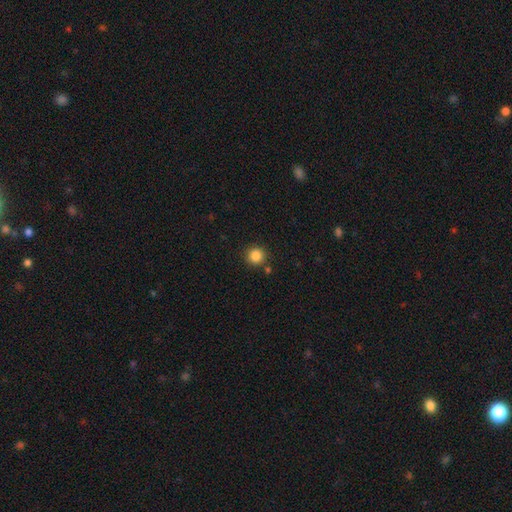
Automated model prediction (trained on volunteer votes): A smooth galaxy with no disk features (86%) that is round (94%).

Vote fractions:
- Smooth or featured? smooth: 86% / star or artifact: 11% / featured or disk: 4%
- How rounded? round: 94% / in between: 5% / cigar-shaped: 1%
- Merging? none: 86% / minor disturbance: 7% / merger: 4% / major disturbance: 2%